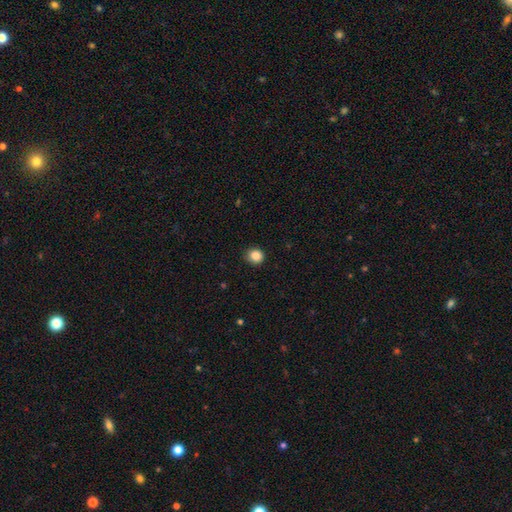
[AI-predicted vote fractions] Smooth or featured?
  - smooth: 86% *
  - star or artifact: 11%
  - featured or disk: 4%
How rounded?
  - round: 87% *
  - in between: 12%
  - cigar-shaped: 1%
Merging?
  - none: 86% *
  - minor disturbance: 11%
  - major disturbance: 2%
  - merger: 1%